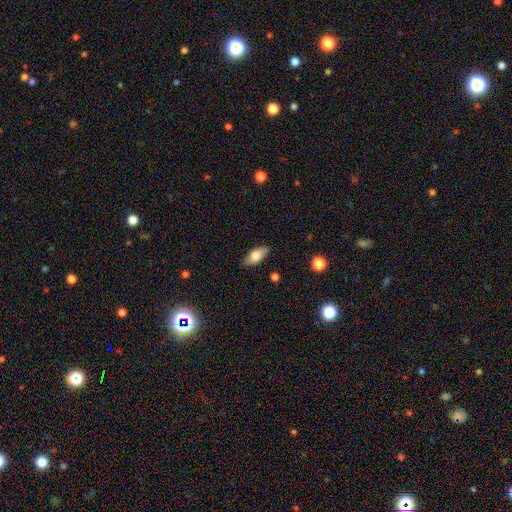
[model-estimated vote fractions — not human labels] smooth 74%, featured or disk 19%, star or artifact 7%. Down the decision tree: how rounded — in between (85%); merging — none (83%).